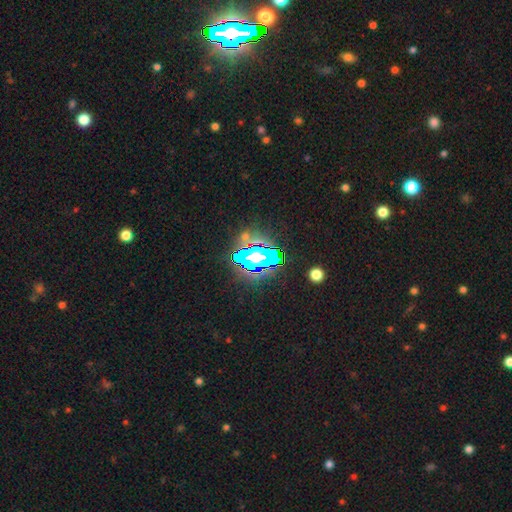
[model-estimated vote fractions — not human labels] Overall: star or artifact (69%).